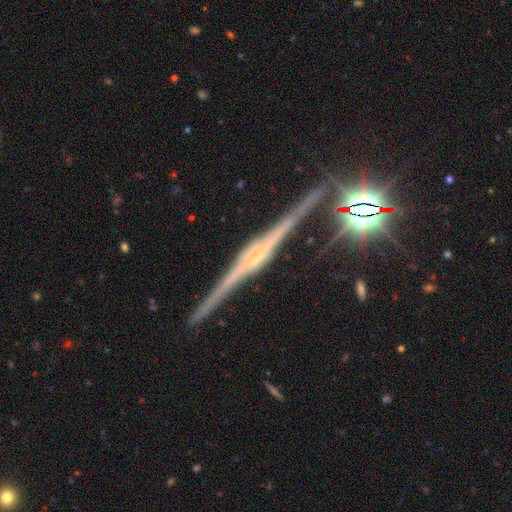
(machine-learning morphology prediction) Overall: featured or disk (83%). Edge-on disk: yes (98%). Edge-on bulge: rounded (46%; boxy 39%). Merging: none (89%).